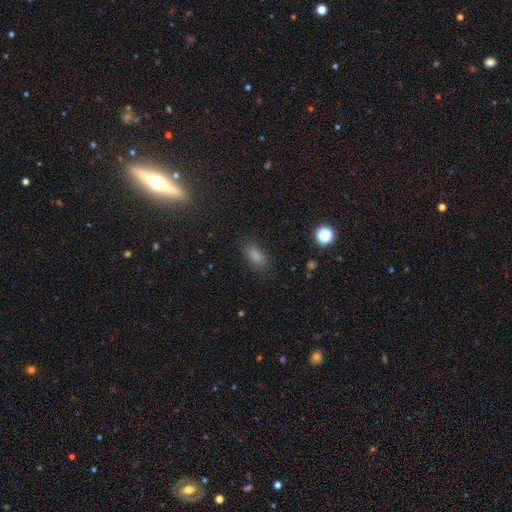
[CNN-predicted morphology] The model was most divided on "smooth or featured": smooth: 82%, star or artifact: 13%, featured or disk: 6%. More confident: how rounded — in between (87%); merging — none (82%).